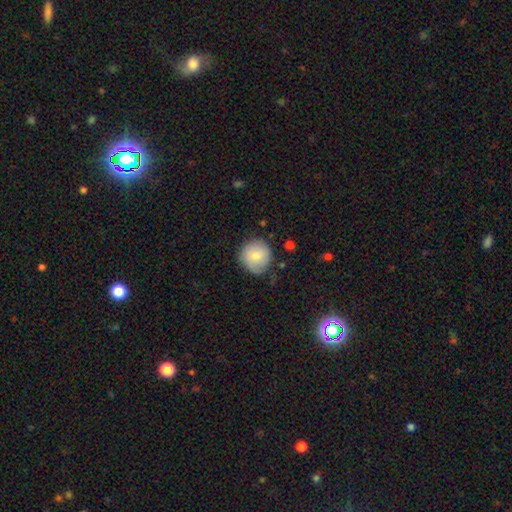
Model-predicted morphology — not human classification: Q: Smooth or featured?
A: smooth (75%); runner-up: featured or disk (17%)
Q: How rounded?
A: round (92%); runner-up: in between (7%)
Q: Merging?
A: none (76%); runner-up: minor disturbance (18%)